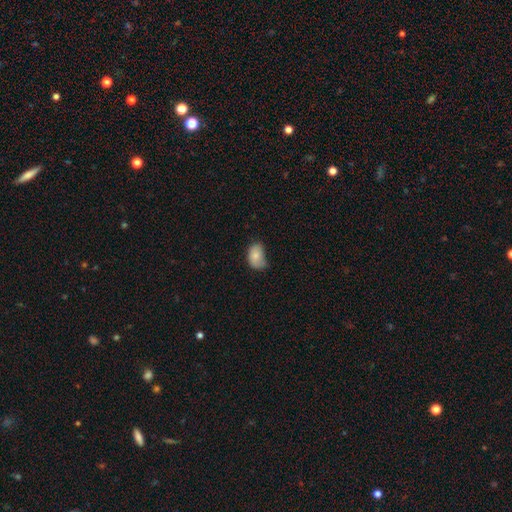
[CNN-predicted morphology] This appears to be a smooth galaxy with no disk features (82%) that is in between round and cigar-shaped (86%). Merging: minor disturbance (43%).